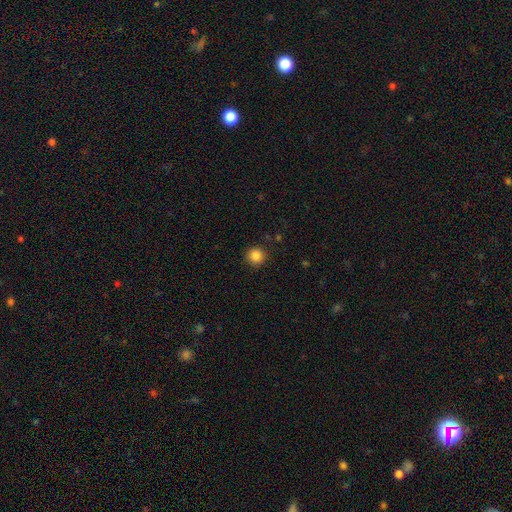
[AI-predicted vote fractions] A smooth galaxy with no disk features (86%) that is round (94%). Merging: none (90%).